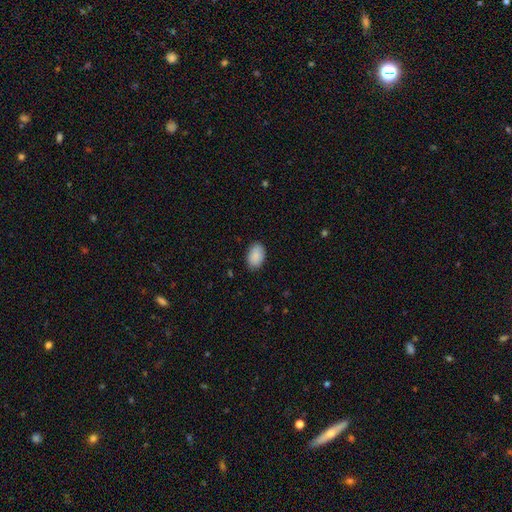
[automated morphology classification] smooth_or_featured: smooth (p=0.90) [alt: star or artifact p=0.06]
how_rounded: in between (p=0.90) [alt: round p=0.09]
merging: none (p=0.85) [alt: minor disturbance p=0.12]